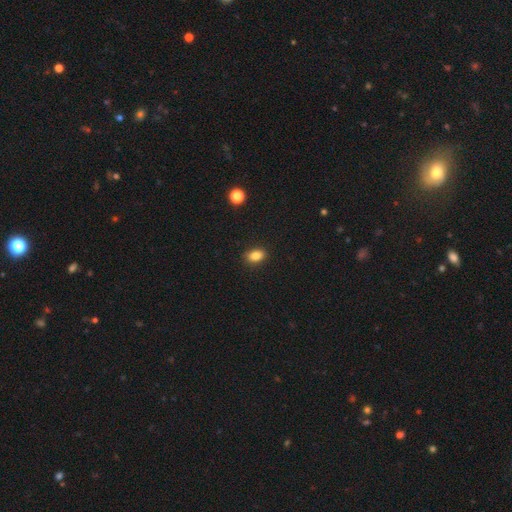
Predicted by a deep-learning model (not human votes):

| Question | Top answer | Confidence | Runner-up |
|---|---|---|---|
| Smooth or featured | smooth | 84% | star or artifact (10%) |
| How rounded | in between | 80% | round (18%) |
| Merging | none | 88% | minor disturbance (9%) |